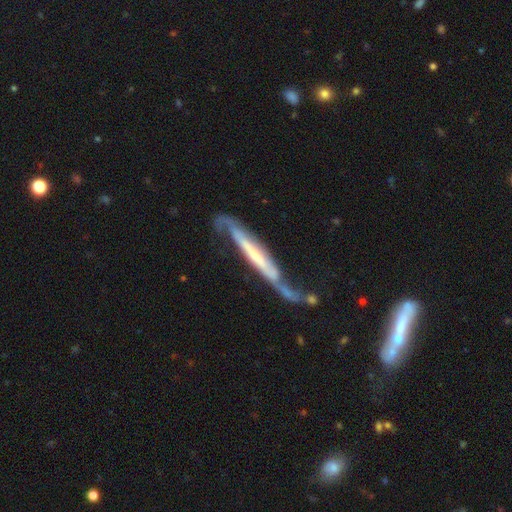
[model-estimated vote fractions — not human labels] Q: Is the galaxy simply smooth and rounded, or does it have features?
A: featured or disk — 76%.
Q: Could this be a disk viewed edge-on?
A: yes — 55%.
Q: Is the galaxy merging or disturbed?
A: none — 34%.